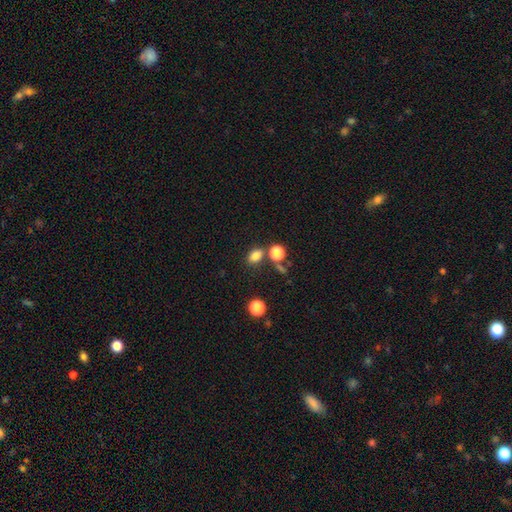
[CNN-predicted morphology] This appears to be a smooth galaxy with no disk features (81%) that is in between round and cigar-shaped (72%). Merging: none (66%).